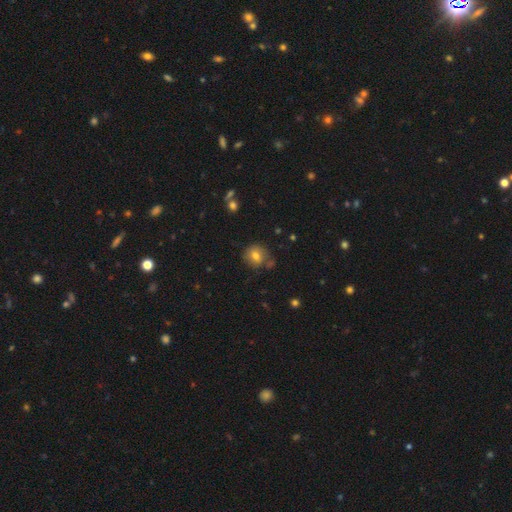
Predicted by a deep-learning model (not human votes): A smooth galaxy with no disk features (76%) that is round (82%). Merging: none (71%).